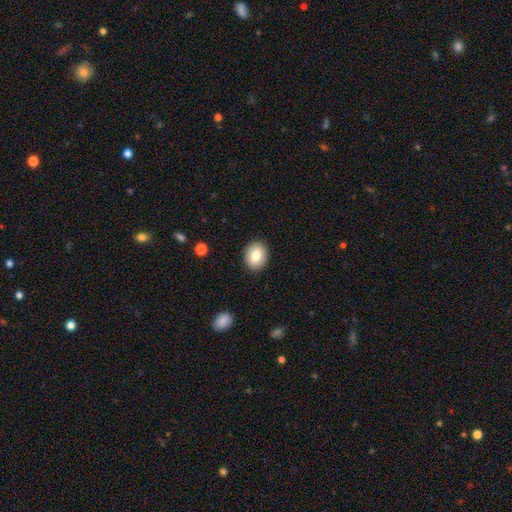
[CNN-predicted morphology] smooth 82%, featured or disk 10%, star or artifact 8%. Down the decision tree: how rounded — in between (58%); merging — none (90%).